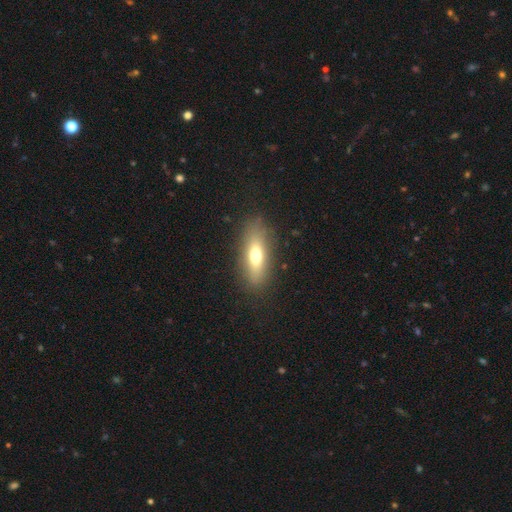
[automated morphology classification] smooth-or-featured: smooth: 65% | featured or disk: 26% | star or artifact: 9%
  how-rounded: in between: 58% | cigar-shaped: 38% | round: 4%
  merging: none: 85% | minor disturbance: 10% | major disturbance: 4% | merger: 1%